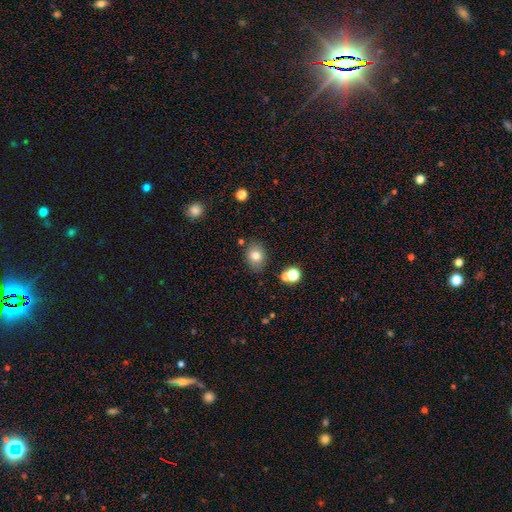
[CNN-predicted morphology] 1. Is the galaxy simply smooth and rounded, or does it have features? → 78% smooth, 11% star or artifact, 11% featured or disk.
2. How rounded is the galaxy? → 54% in between, 45% round, 1% cigar-shaped.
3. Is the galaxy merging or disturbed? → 79% none, 12% minor disturbance, 6% merger, 3% major disturbance.